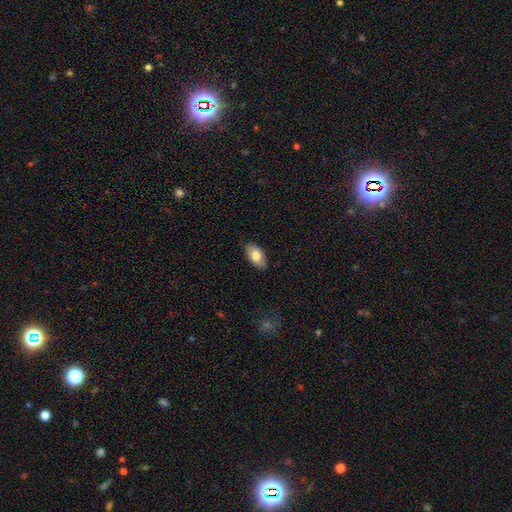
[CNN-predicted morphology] Q: Smooth or featured?
A: smooth (78%); runner-up: featured or disk (16%)
Q: How rounded?
A: in between (94%); runner-up: round (4%)
Q: Merging?
A: none (87%); runner-up: minor disturbance (10%)